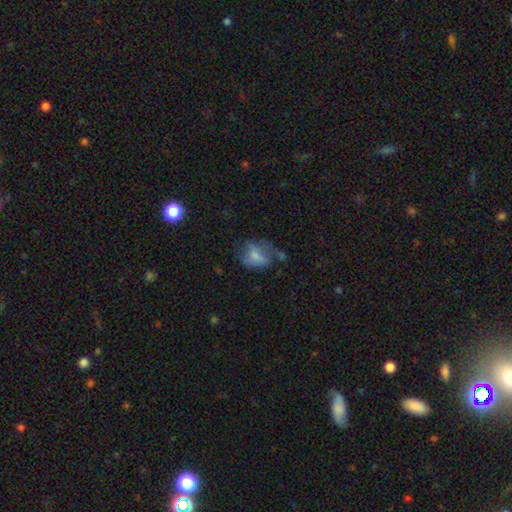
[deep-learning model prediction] The model was most divided on "merging": none: 34%, major disturbance: 33%, minor disturbance: 27%, merger: 7%. More confident: how rounded — in between (70%); smooth or featured — smooth (59%).